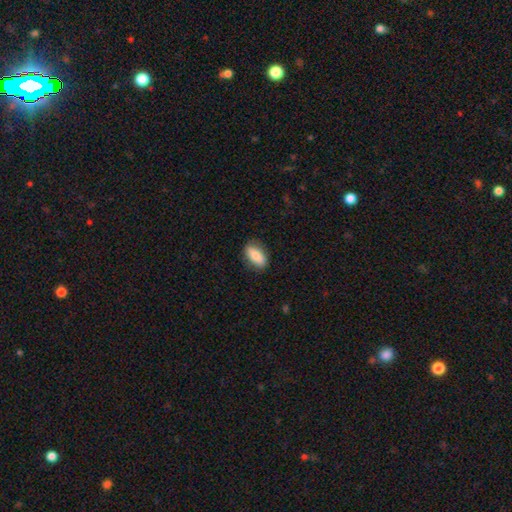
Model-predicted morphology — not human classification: Q: Smooth or featured?
A: smooth (79%); runner-up: featured or disk (15%)
Q: How rounded?
A: in between (86%); runner-up: cigar-shaped (9%)
Q: Merging?
A: none (82%); runner-up: minor disturbance (13%)